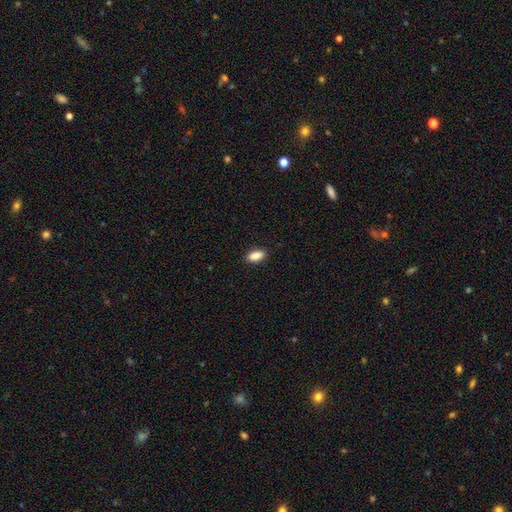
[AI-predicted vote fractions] Overall: smooth (89%). How rounded: in between (88%). Merging: none (89%).